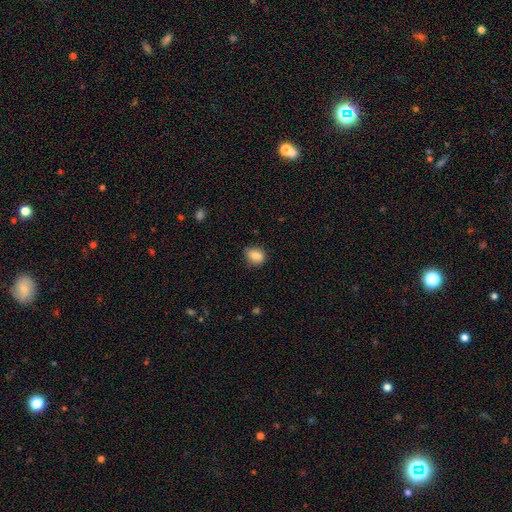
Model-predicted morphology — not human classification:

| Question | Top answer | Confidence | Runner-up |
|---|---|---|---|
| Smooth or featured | smooth | 84% | star or artifact (9%) |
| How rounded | in between | 52% | round (47%) |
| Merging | none | 79% | minor disturbance (17%) |